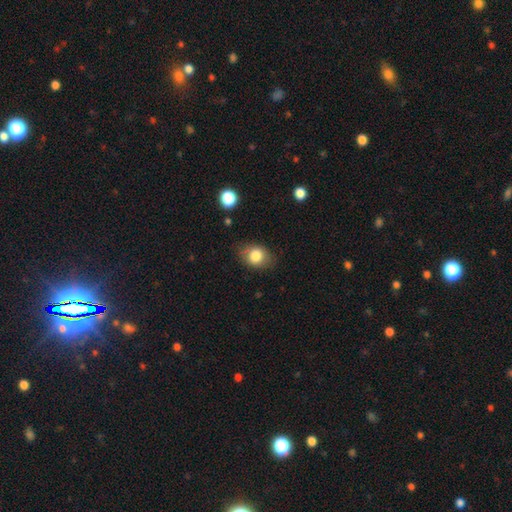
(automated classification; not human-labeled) A smooth galaxy with no disk features (81%) that is in between round and cigar-shaped (58%). Merging: none (76%).